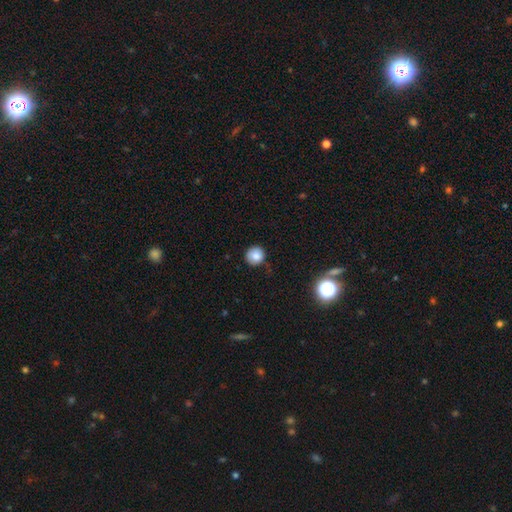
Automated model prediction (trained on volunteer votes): smooth-or-featured: smooth: 83% | star or artifact: 11% | featured or disk: 7%
  how-rounded: round: 91% | in between: 8% | cigar-shaped: 1%
  merging: none: 80% | minor disturbance: 15% | major disturbance: 3% | merger: 2%